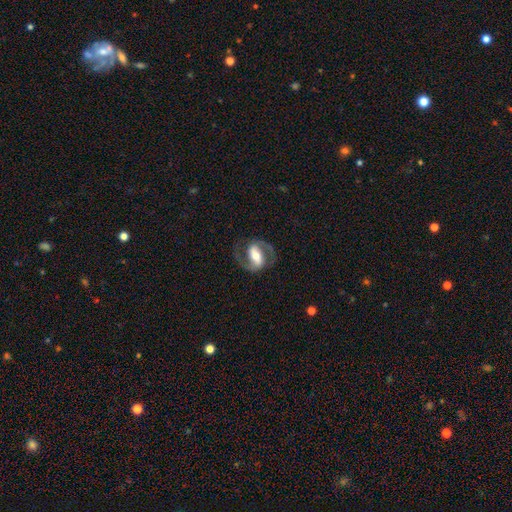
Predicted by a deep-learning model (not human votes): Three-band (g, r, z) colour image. It shows a featured or disk galaxy (83%) with a strong bar (56%), 2 (91%) medium (58%) spiral arms (93%) and a moderate central bulge (57%). Merging: none (77%).